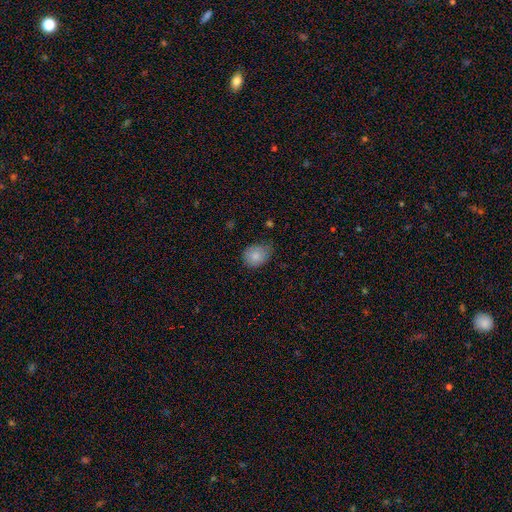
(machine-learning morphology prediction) Smooth or featured? smooth (84%)
How rounded? round (54%)
Merging? none (58%)